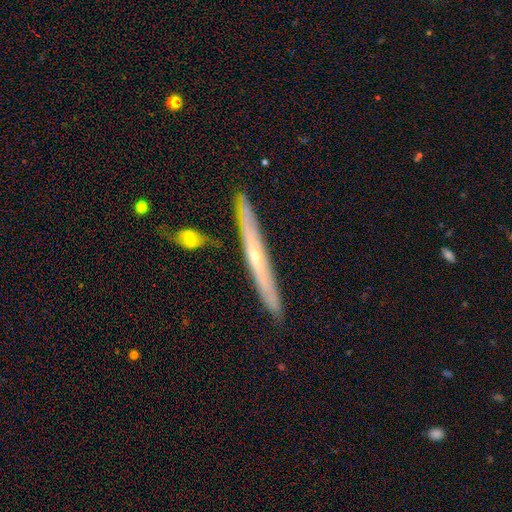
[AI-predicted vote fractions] Smooth or featured: featured or disk — 70% (smooth — 23%)
Edge-on disk: yes — 93% (no — 7%)
Edge-on bulge: rounded — 62% (none — 36%)
Merging: none — 86% (minor disturbance — 10%)